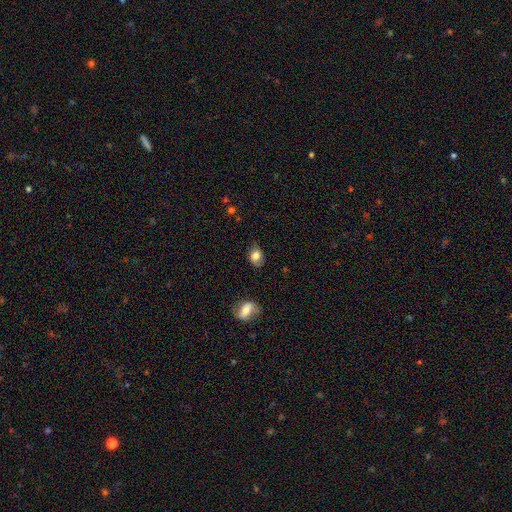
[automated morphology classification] A smooth galaxy with no disk features (76%) that is in between round and cigar-shaped (67%).

Vote fractions:
- Smooth or featured? smooth: 76% / featured or disk: 15% / star or artifact: 9%
- How rounded? in between: 67% / round: 31% / cigar-shaped: 1%
- Merging? none: 69% / minor disturbance: 23% / major disturbance: 6% / merger: 2%